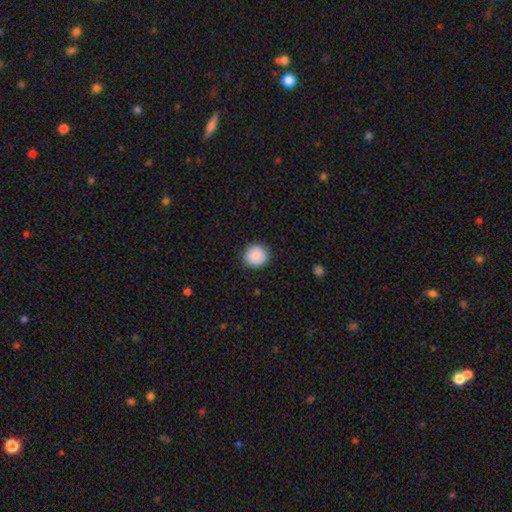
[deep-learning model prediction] Smooth or featured?
  - smooth: 90% *
  - star or artifact: 7%
  - featured or disk: 3%
How rounded?
  - round: 90% *
  - in between: 9%
  - cigar-shaped: 1%
Merging?
  - none: 90% *
  - minor disturbance: 7%
  - major disturbance: 2%
  - merger: 1%